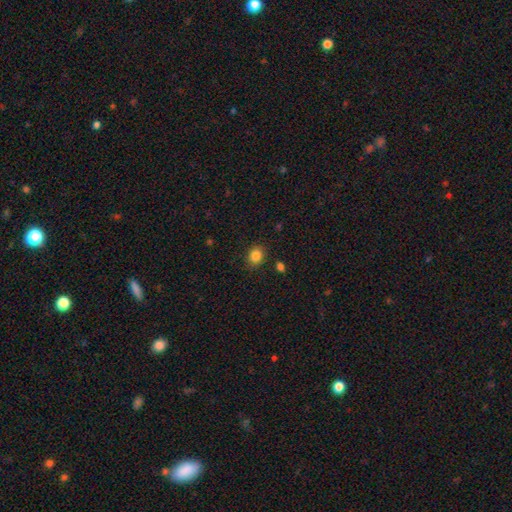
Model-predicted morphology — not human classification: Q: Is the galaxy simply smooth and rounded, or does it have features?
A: smooth — 85%.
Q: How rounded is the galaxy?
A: round — 54%.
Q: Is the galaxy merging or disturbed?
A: none — 85%.